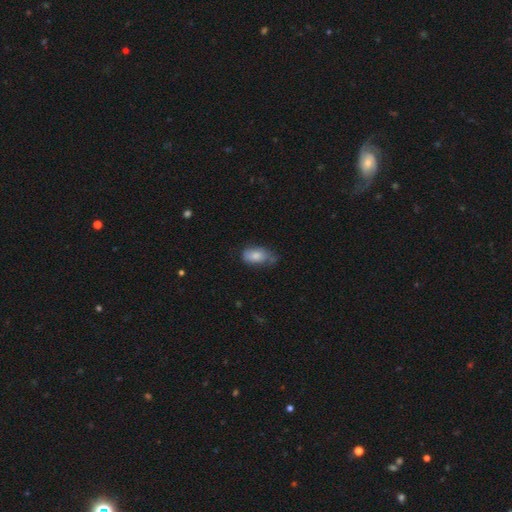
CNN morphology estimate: smooth-or-featured: smooth: 81% | featured or disk: 12% | star or artifact: 7%
  how-rounded: in between: 92% | round: 5% | cigar-shaped: 3%
  merging: none: 51% | minor disturbance: 35% | major disturbance: 9% | merger: 4%